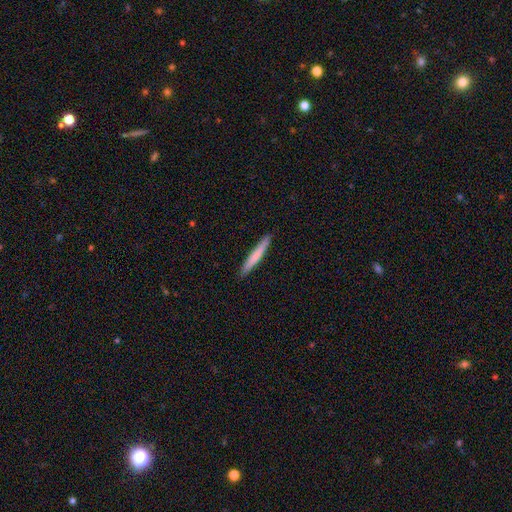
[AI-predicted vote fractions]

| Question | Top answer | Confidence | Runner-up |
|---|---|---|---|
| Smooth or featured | smooth | 71% | featured or disk (24%) |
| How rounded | cigar-shaped | 96% | in between (3%) |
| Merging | none | 92% | minor disturbance (6%) |